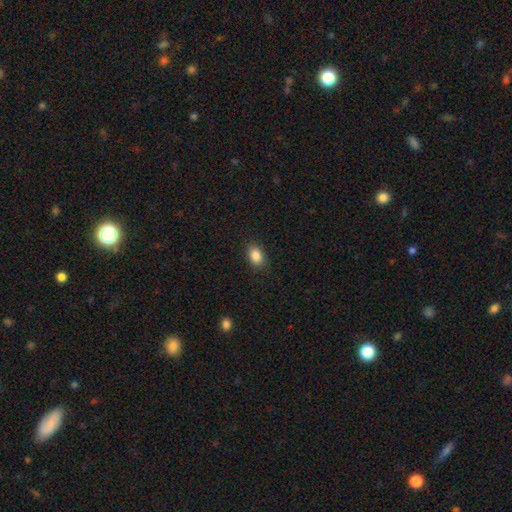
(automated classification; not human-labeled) smooth 87%, star or artifact 8%, featured or disk 5%. Down the decision tree: how rounded — in between (83%); merging — none (87%).